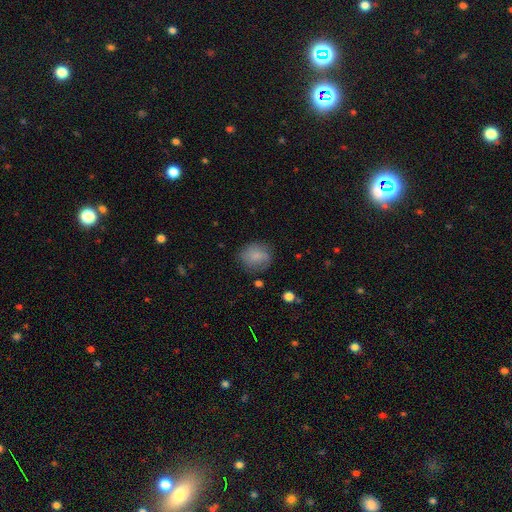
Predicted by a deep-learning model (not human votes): smooth_or_featured: smooth (p=0.76) [alt: featured or disk p=0.16]
how_rounded: round (p=0.77) [alt: in between p=0.22]
merging: none (p=0.72) [alt: minor disturbance p=0.20]